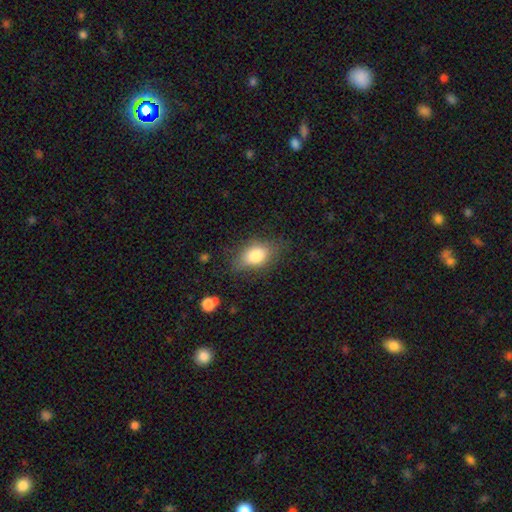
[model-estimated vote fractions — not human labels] This appears to be a smooth galaxy with no disk features (79%) that is in between round and cigar-shaped (82%). Merging: none (70%).